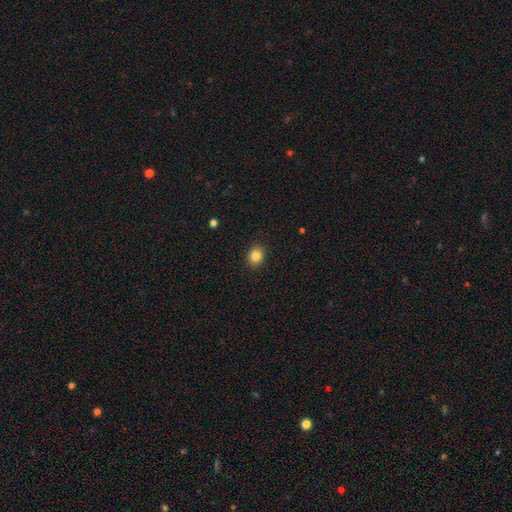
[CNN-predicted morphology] Smooth or featured: smooth — 84% (star or artifact — 11%)
How rounded: round — 65% (in between — 35%)
Merging: none — 91% (minor disturbance — 7%)